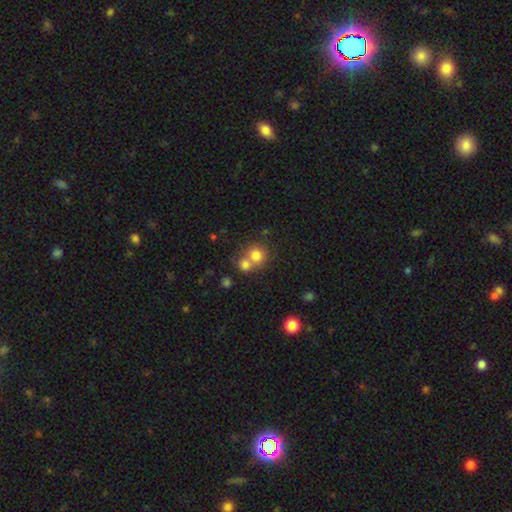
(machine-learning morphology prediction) Smooth or featured: smooth — 77% (featured or disk — 12%)
How rounded: round — 85% (in between — 14%)
Merging: merger — 49% (none — 42%)